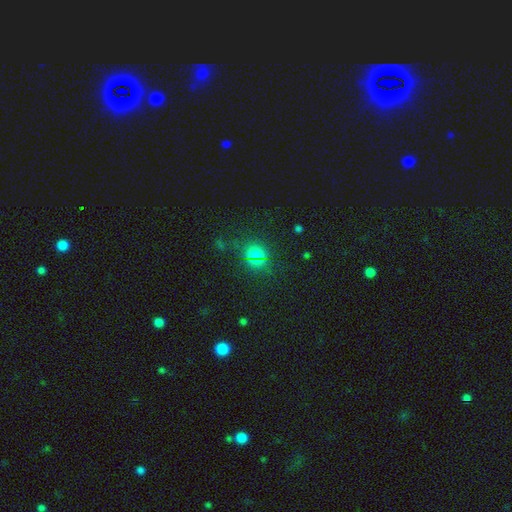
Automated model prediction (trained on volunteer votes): Q: Smooth or featured?
A: smooth (60%); runner-up: star or artifact (32%)
Q: How rounded?
A: round (75%); runner-up: in between (23%)
Q: Merging?
A: none (81%); runner-up: minor disturbance (11%)